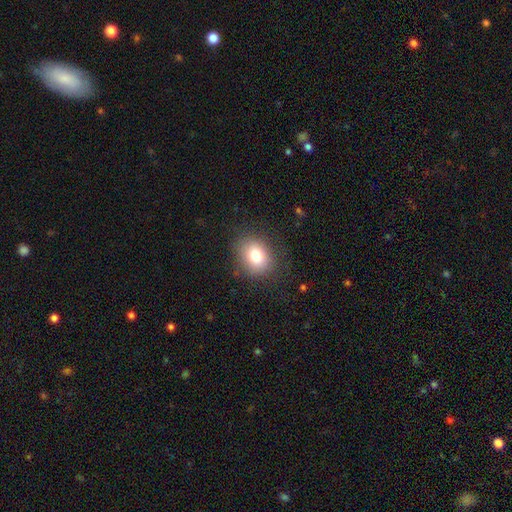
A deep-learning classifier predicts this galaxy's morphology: A smooth galaxy with no disk features (78%) that is round (56%).

Vote fractions:
- Smooth or featured? smooth: 78% / star or artifact: 11% / featured or disk: 10%
- How rounded? round: 56% / in between: 43% / cigar-shaped: 1%
- Merging? none: 82% / minor disturbance: 12% / major disturbance: 5% / merger: 1%